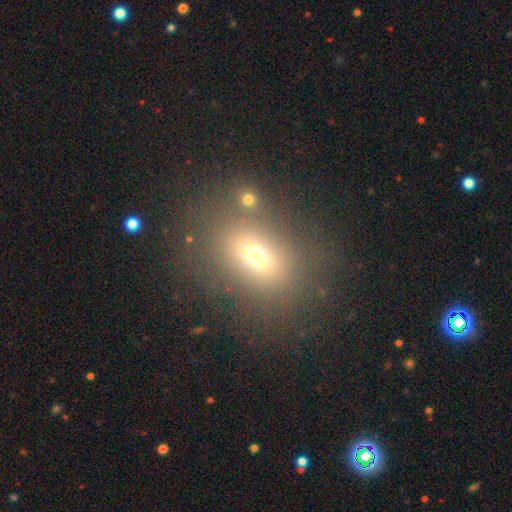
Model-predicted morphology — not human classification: A smooth galaxy with no disk features (64%) that is in between round and cigar-shaped (62%).

Vote fractions:
- Smooth or featured? smooth: 64% / star or artifact: 20% / featured or disk: 16%
- How rounded? in between: 62% / round: 35% / cigar-shaped: 2%
- Merging? none: 74% / minor disturbance: 11% / merger: 8% / major disturbance: 7%